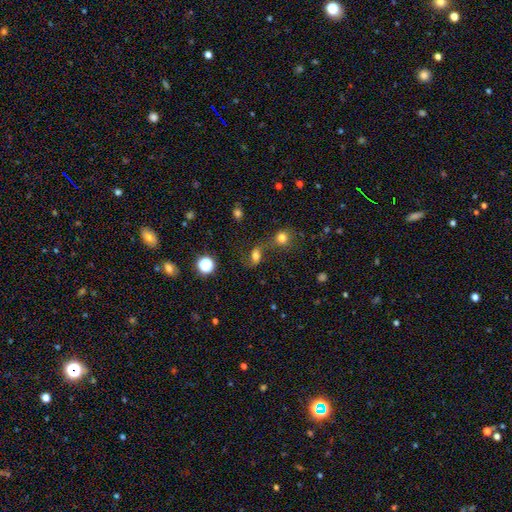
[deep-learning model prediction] Q: Smooth or featured?
A: smooth (59%); runner-up: featured or disk (22%)
Q: How rounded?
A: in between (64%); runner-up: round (32%)
Q: Merging?
A: none (48%); runner-up: merger (23%)